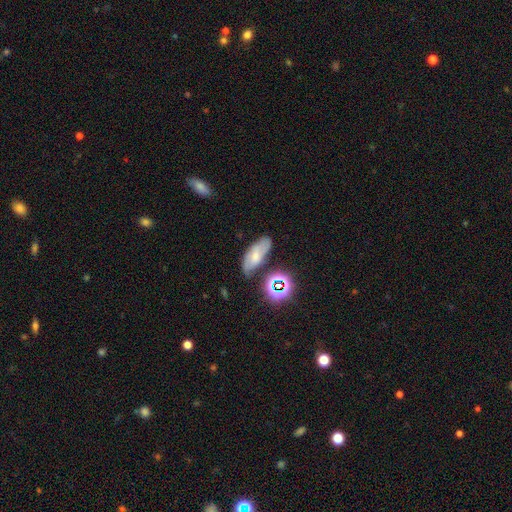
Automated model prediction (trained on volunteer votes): smooth_or_featured: smooth (p=0.43) [alt: featured or disk p=0.40]
merging: none (p=0.67) [alt: minor disturbance p=0.20]